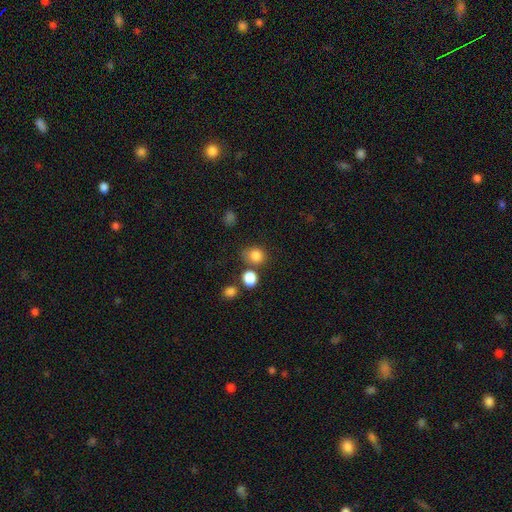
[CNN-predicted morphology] Q: Smooth or featured?
A: smooth (83%); runner-up: star or artifact (12%)
Q: How rounded?
A: round (74%); runner-up: in between (25%)
Q: Merging?
A: none (69%); runner-up: minor disturbance (13%)